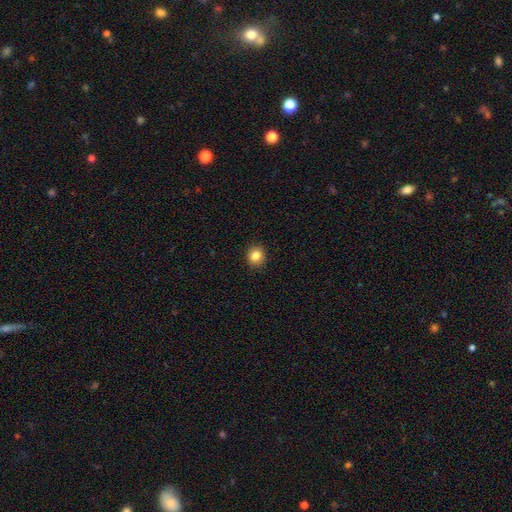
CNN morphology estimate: Overall: smooth (84%). How rounded: round (84%). Merging: none (92%).